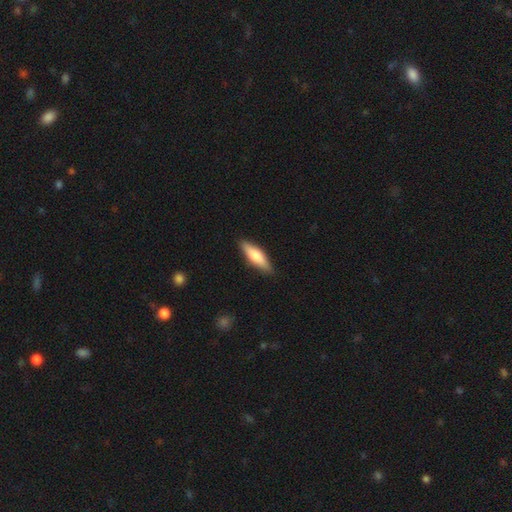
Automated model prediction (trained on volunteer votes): A smooth galaxy with no disk features (68%) that is cigar-shaped (57%).

Vote fractions:
- Smooth or featured? smooth: 68% / featured or disk: 27% / star or artifact: 5%
- How rounded? cigar-shaped: 57% / in between: 42% / round: 2%
- Merging? none: 87% / minor disturbance: 10% / major disturbance: 2% / merger: 1%